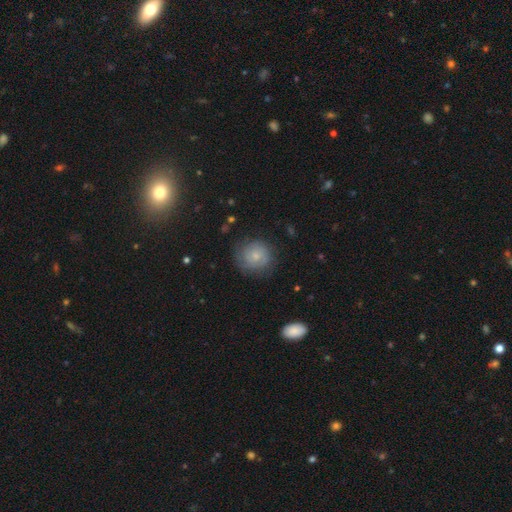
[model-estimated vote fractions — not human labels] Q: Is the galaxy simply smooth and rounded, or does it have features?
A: smooth — 51%.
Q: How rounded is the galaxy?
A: round — 88%.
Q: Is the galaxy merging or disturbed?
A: none — 74%.